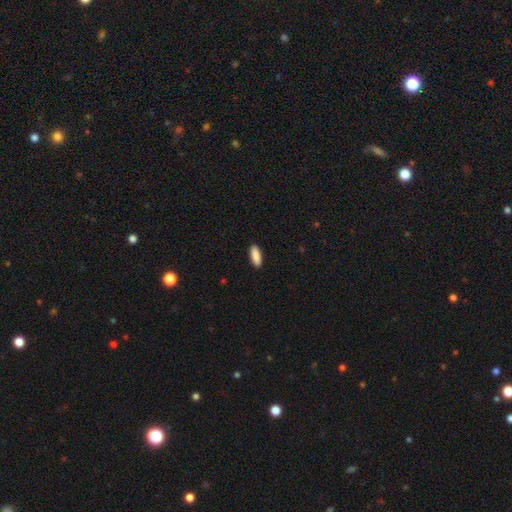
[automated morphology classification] A smooth galaxy with no disk features (89%) that is in between round and cigar-shaped (57%). Merging: none (90%).